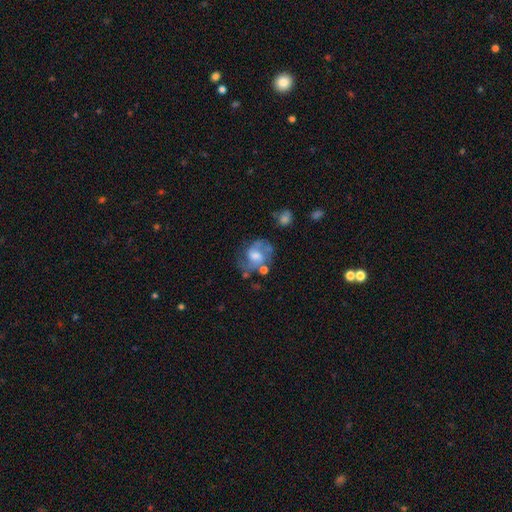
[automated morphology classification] smooth-or-featured: featured or disk: 67% | smooth: 25% | star or artifact: 8%
  disk-edge-on: no: 98% | yes: 2%
    bar: no: 49% | weak: 42% | strong: 9%
    has-spiral-arms: yes: 81% | no: 19%
      spiral-winding: medium: 49% | loose: 26% | tight: 25%
      spiral-arm-count: 2: 61% | can't tell: 19% | 3: 10% | 1: 6% | 4: 3% | more than 4: 2%
    bulge-size: moderate: 48% | small: 23% | large: 17% | none: 10% | dominant: 2%
  merging: none: 53% | minor disturbance: 22% | major disturbance: 17% | merger: 9%